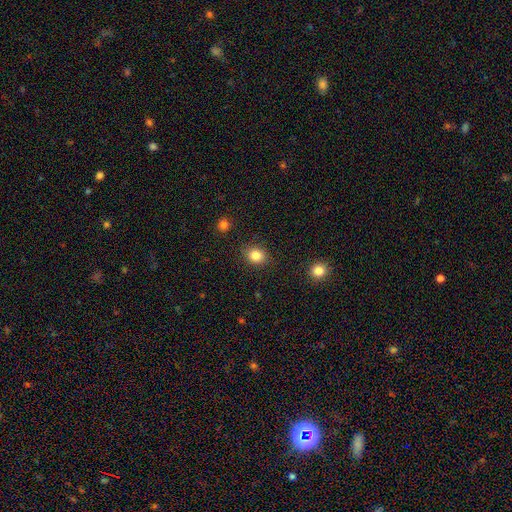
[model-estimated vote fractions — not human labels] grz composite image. It shows a smooth galaxy with no disk features (84%) that is round (68%). Merging: none (88%).